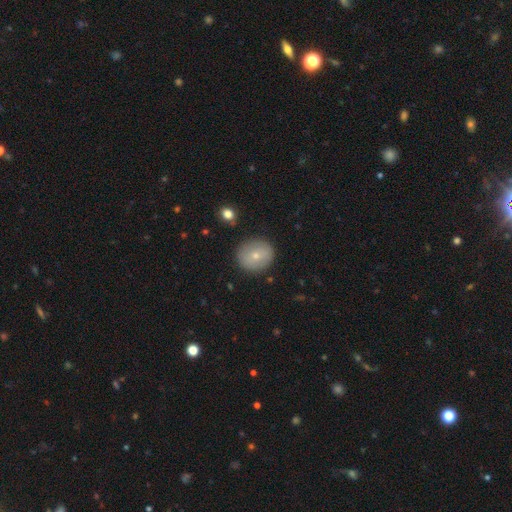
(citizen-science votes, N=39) This appears to be a smooth galaxy with no disk features (59%) that is round (78%). Merging: none (86%).